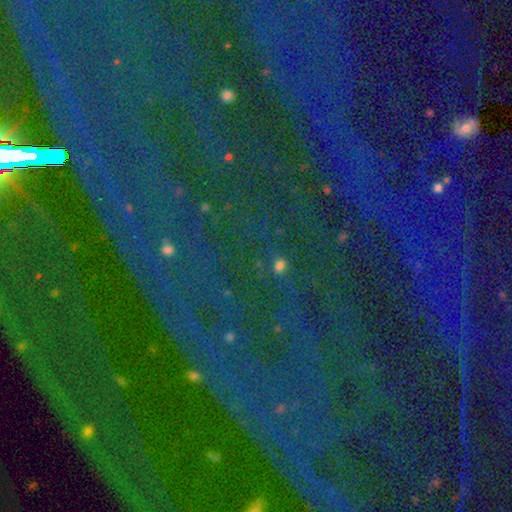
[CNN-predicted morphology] Smooth or featured? Predicted: star or artifact (p=0.86).